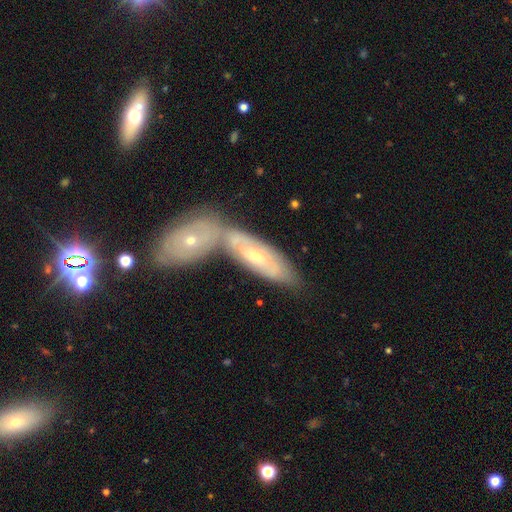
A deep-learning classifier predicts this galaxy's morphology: smooth-or-featured: featured or disk: 57% | smooth: 37% | star or artifact: 6%
  disk-edge-on: no: 78% | yes: 22%
  merging: merger: 53% | none: 33% | minor disturbance: 11% | major disturbance: 3%